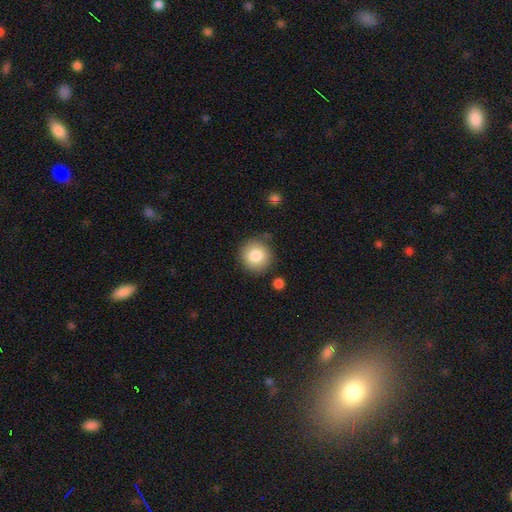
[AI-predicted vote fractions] smooth-or-featured: smooth: 85% | star or artifact: 8% | featured or disk: 7%
  how-rounded: round: 93% | in between: 6% | cigar-shaped: 1%
  merging: none: 84% | minor disturbance: 9% | merger: 4% | major disturbance: 3%